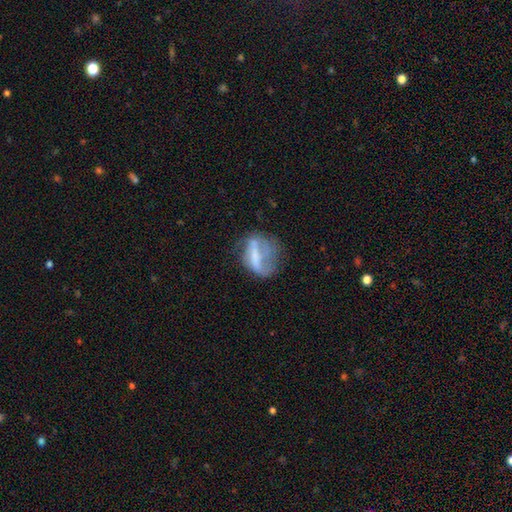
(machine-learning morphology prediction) Q: Smooth or featured?
A: featured or disk (55%); runner-up: smooth (35%)
Q: Edge-on disk?
A: no (93%); runner-up: yes (7%)
Q: Bar?
A: strong (45%); runner-up: weak (29%)
Q: Spiral arms?
A: no (55%); runner-up: yes (45%)
Q: Bulge size?
A: none (46%); runner-up: small (24%)
Q: Merging?
A: none (38%); runner-up: major disturbance (32%)